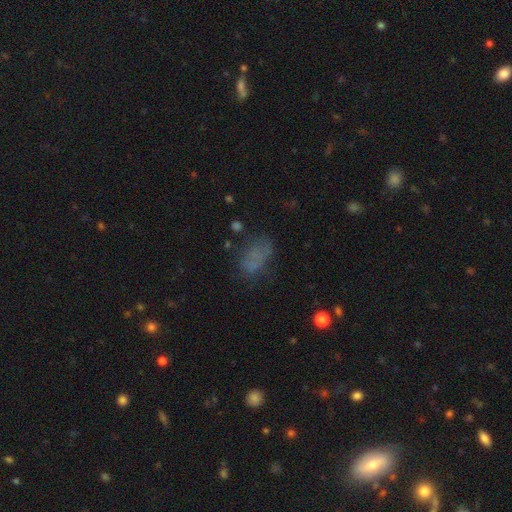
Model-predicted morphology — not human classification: Overall: smooth (61%). How rounded: in between (87%). Merging: none (52%; minor disturbance 24%).